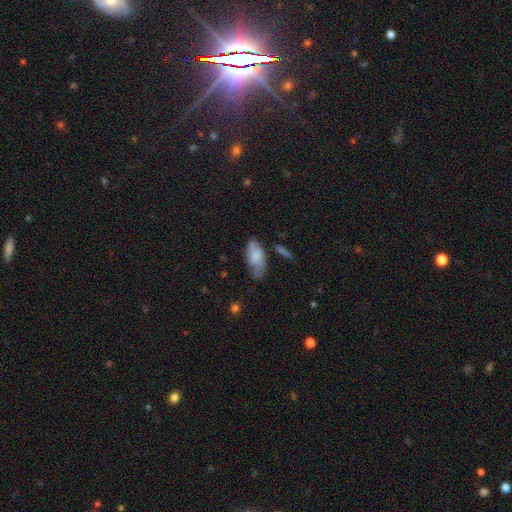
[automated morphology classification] A smooth galaxy with no disk features (59%) that is in between round and cigar-shaped (88%). Merging: none (50%).